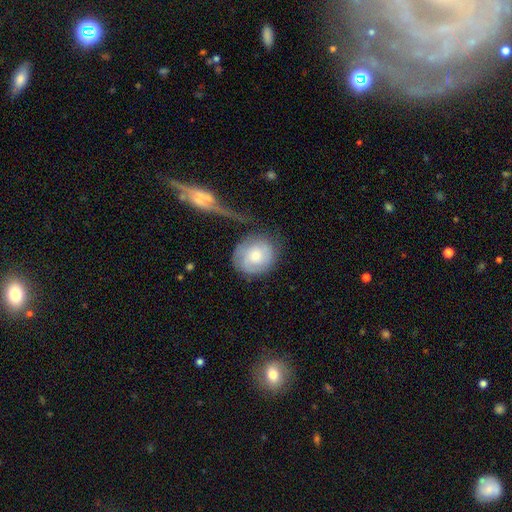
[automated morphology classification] This is possibly a smooth galaxy (52%). How rounded: clearly round (80%). Merging: likely none (63%).